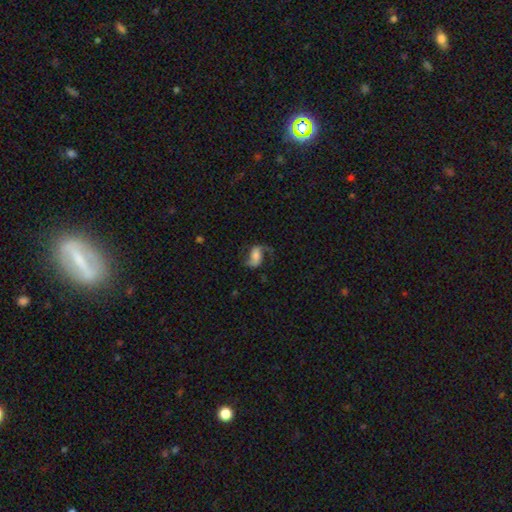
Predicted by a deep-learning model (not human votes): Smooth or featured? Predicted: featured or disk (p=0.72). Edge-on disk? Predicted: no (p=0.97). Bar? Predicted: weak (p=0.38). Spiral arms? Predicted: yes (p=0.93). Spiral winding? Predicted: loose (p=0.61). Spiral arm count? Predicted: 2 (p=0.87). Bulge size? Predicted: moderate (p=0.39). Merging? Predicted: none (p=0.64).